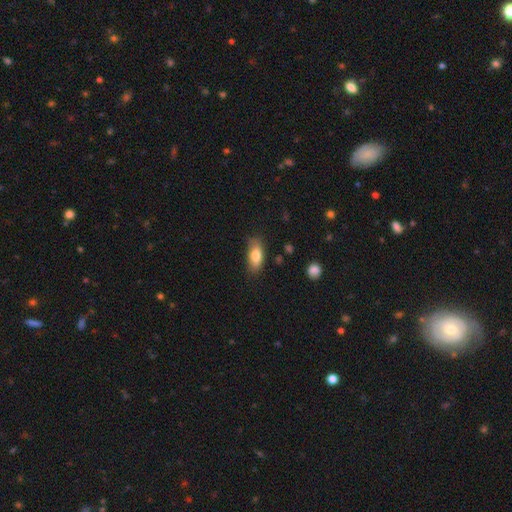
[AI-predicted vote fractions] Overall: smooth (78%). How rounded: in between (82%). Merging: none (75%).